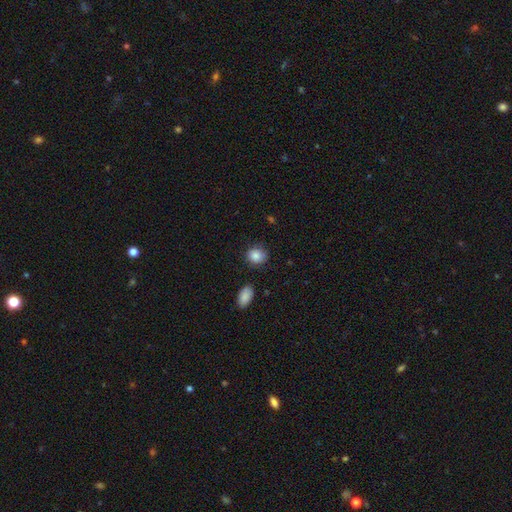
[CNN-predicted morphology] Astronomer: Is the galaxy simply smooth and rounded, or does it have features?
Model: smooth — 86%.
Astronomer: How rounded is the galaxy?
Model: round — 67%.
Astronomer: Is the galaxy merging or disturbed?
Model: none — 79%.